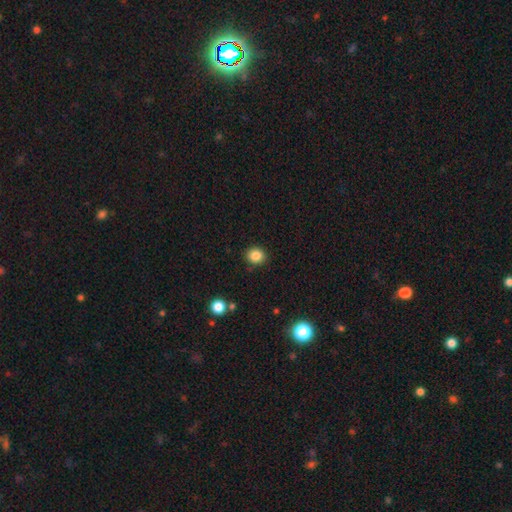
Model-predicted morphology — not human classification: This appears to be a smooth galaxy with no disk features (85%) that is round (79%). Merging: none (89%).